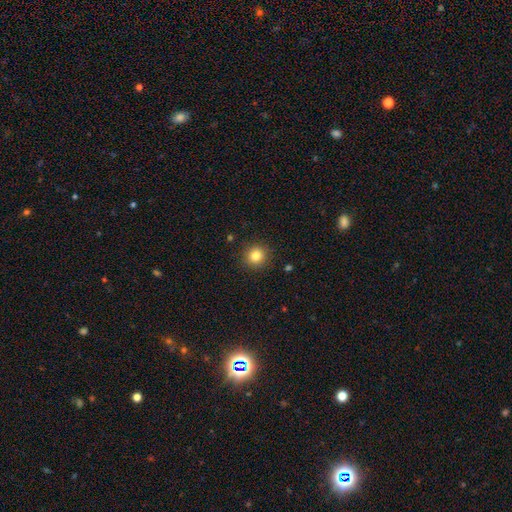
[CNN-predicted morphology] Smooth or featured? Predicted: smooth (p=0.83). How rounded? Predicted: round (p=0.92). Merging? Predicted: none (p=0.90).